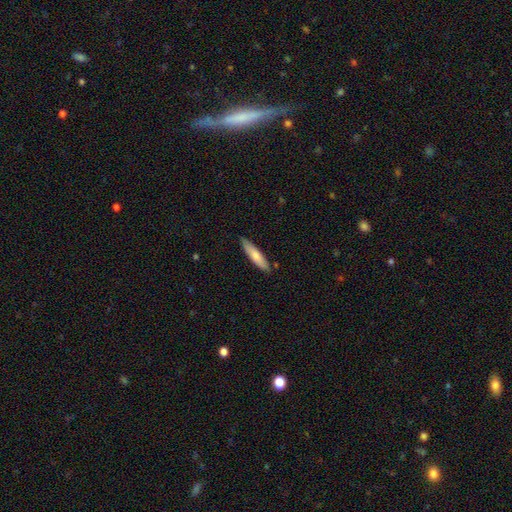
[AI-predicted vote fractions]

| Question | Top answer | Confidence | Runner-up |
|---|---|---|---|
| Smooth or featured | smooth | 74% | featured or disk (21%) |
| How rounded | cigar-shaped | 80% | in between (18%) |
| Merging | none | 85% | minor disturbance (12%) |